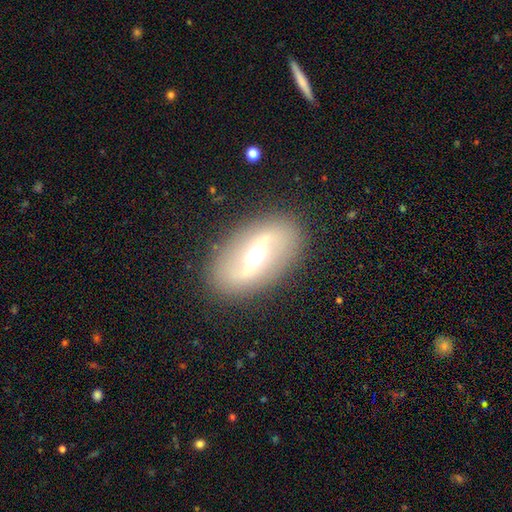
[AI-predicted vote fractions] featured or disk 73%, smooth 20%, star or artifact 8%. Down the decision tree: edge-on disk — no (91%); bar — strong (46%); spiral arms — yes (65%); bulge size — moderate (65%); merging — none (87%).